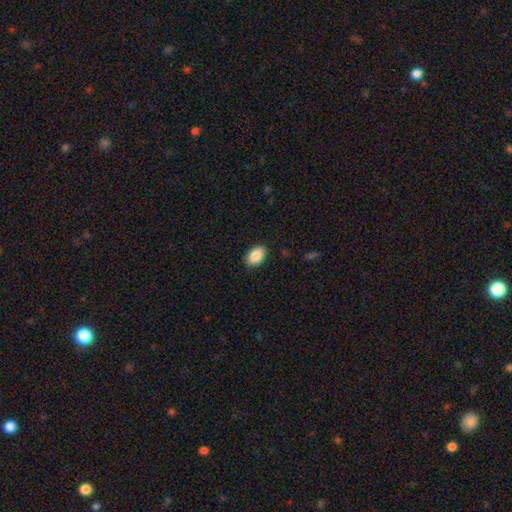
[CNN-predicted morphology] A smooth galaxy with no disk features (88%) that is in between round and cigar-shaped (90%).

Vote fractions:
- Smooth or featured? smooth: 88% / star or artifact: 7% / featured or disk: 5%
- How rounded? in between: 90% / round: 9% / cigar-shaped: 1%
- Merging? none: 89% / minor disturbance: 8% / major disturbance: 2% / merger: 1%